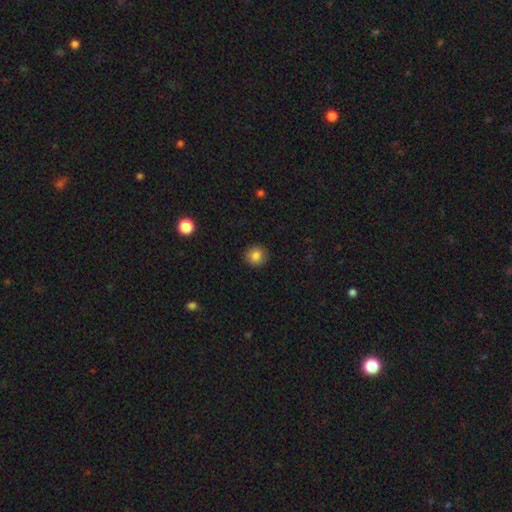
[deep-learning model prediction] Smooth or featured?
  - smooth: 85% *
  - star or artifact: 10%
  - featured or disk: 5%
How rounded?
  - round: 93% *
  - in between: 6%
  - cigar-shaped: 1%
Merging?
  - none: 91% *
  - minor disturbance: 6%
  - major disturbance: 2%
  - merger: 1%